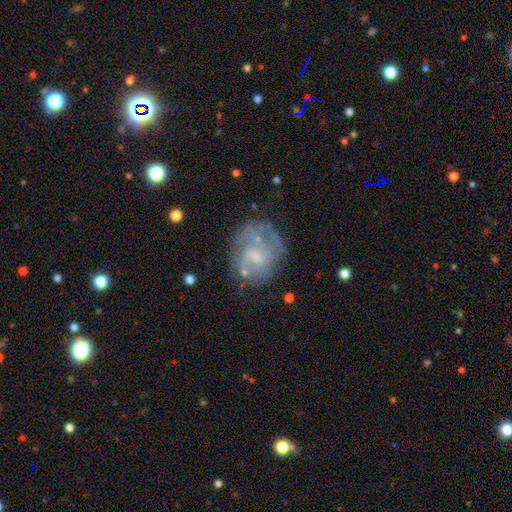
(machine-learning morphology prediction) This appears to be a featured or disk galaxy (62%) with a weak bar (48%), spiral arms (55%) and a small central bulge (51%). Merging: none (54%).